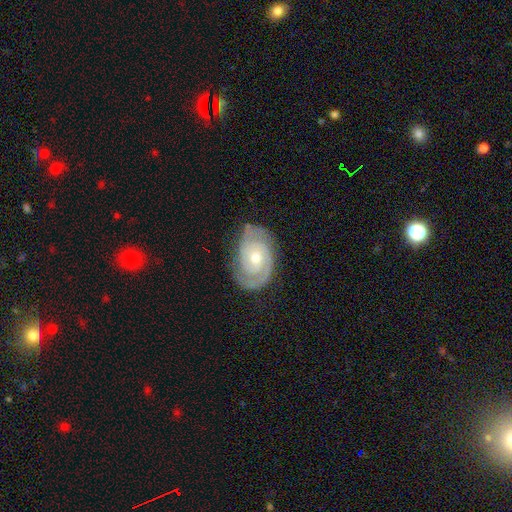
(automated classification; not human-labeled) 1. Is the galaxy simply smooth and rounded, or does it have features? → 88% featured or disk, 6% smooth, 6% star or artifact.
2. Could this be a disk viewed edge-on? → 97% no, 3% yes.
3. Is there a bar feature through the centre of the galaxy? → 68% no, 25% weak, 7% strong.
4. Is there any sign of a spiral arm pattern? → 97% yes, 3% no.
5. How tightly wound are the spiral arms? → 70% tight, 25% medium, 4% loose.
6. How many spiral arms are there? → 77% 2, 8% 3, 8% can't tell, 3% 1, 2% 4, 2% more than 4.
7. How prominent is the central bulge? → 55% moderate, 40% small, 2% large, 1% none, 1% dominant.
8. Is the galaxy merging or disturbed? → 82% none, 13% minor disturbance, 4% major disturbance, 1% merger.